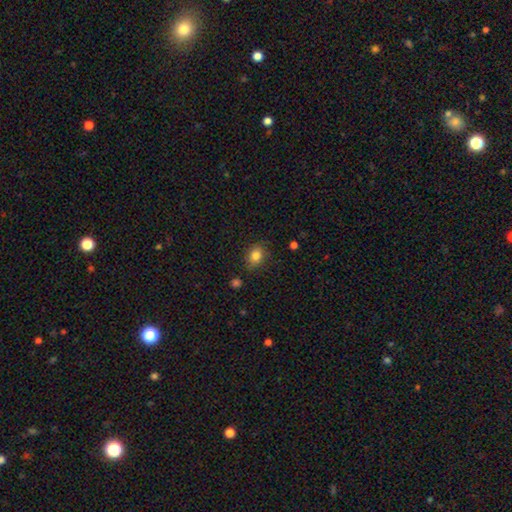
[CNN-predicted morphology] Smooth or featured: smooth — 83% (star or artifact — 10%)
How rounded: in between — 68% (round — 31%)
Merging: none — 80% (minor disturbance — 15%)